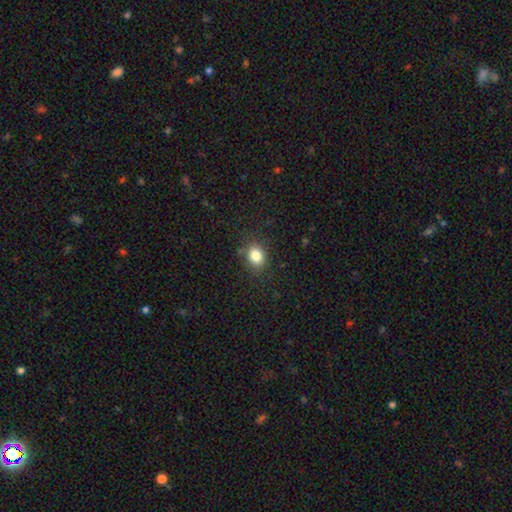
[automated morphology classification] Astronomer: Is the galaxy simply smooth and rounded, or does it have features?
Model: smooth — 83%.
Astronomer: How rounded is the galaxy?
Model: in between — 60% (runner-up: round, 39%).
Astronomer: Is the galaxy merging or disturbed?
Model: none — 83%.